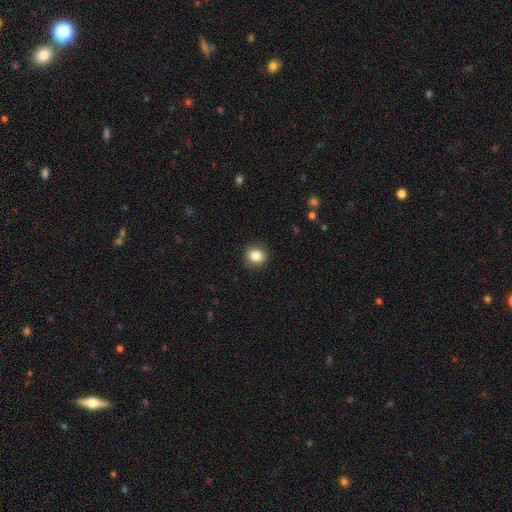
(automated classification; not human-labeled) Smooth or featured? smooth (86%)
How rounded? round (77%)
Merging? none (90%)